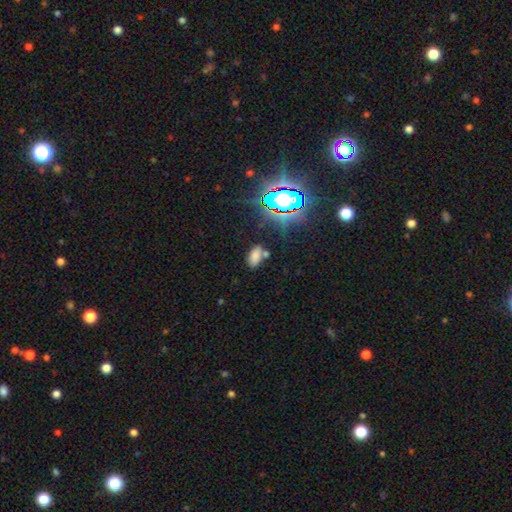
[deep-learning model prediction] Smooth or featured: smooth — 68% (star or artifact — 23%)
How rounded: in between — 91% (round — 5%)
Merging: none — 67% (minor disturbance — 15%)